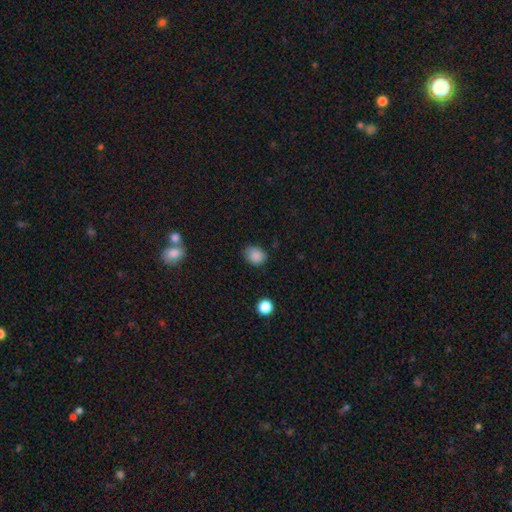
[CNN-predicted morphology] smooth_or_featured: smooth (p=0.86) [alt: star or artifact p=0.10]
how_rounded: round (p=0.53) [alt: in between p=0.46]
merging: none (p=0.71) [alt: minor disturbance p=0.24]